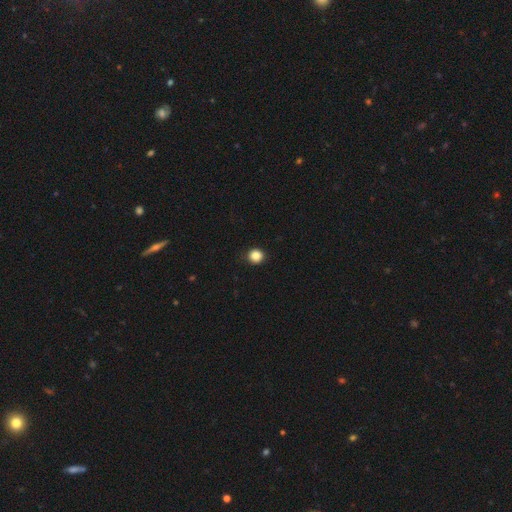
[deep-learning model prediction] Smooth or featured: smooth — 86% (star or artifact — 11%)
How rounded: round — 91% (in between — 8%)
Merging: none — 90% (minor disturbance — 7%)